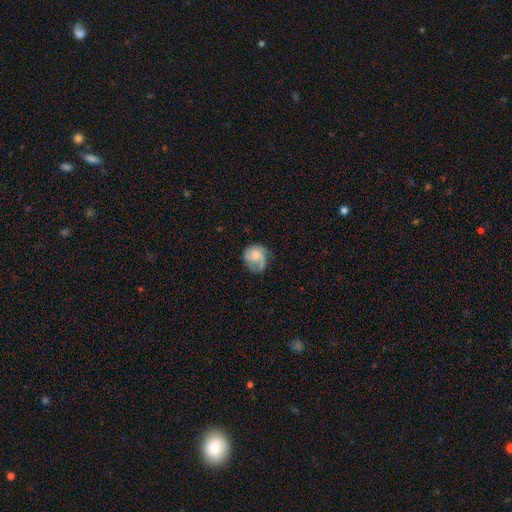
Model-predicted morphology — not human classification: Smooth or featured? Predicted: featured or disk (p=0.49). Merging? Predicted: none (p=0.49).